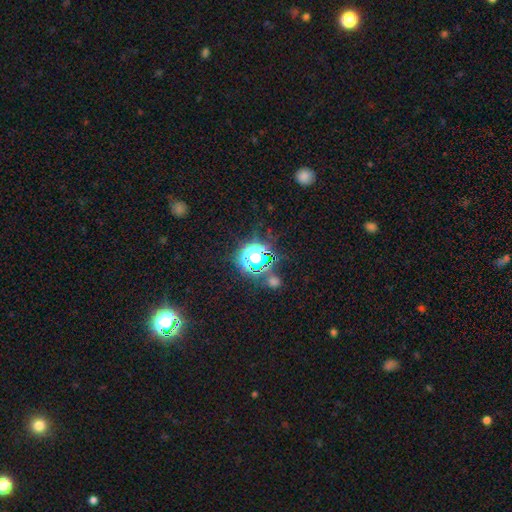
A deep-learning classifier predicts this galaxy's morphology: This is likely a star or artifact rather than a galaxy (71%).